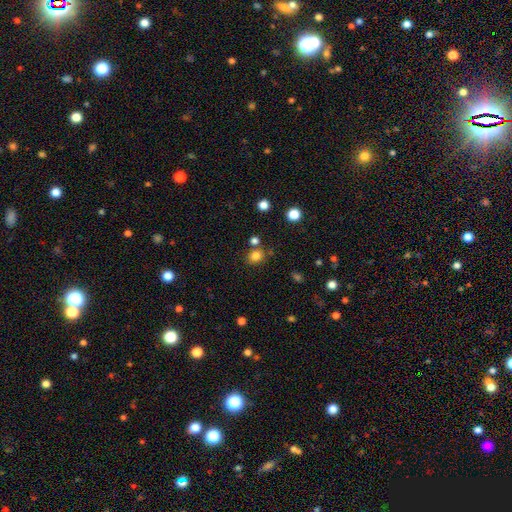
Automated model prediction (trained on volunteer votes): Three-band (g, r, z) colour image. It shows a smooth galaxy with no disk features (81%) that is round (67%). Merging: none (74%).